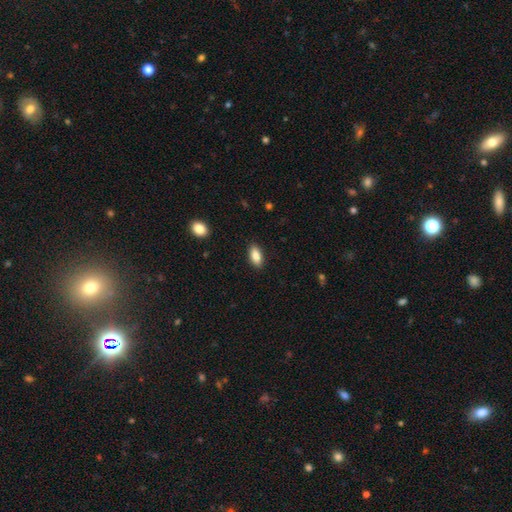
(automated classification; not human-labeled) Smooth or featured: smooth — 87% (star or artifact — 7%)
How rounded: in between — 89% (cigar-shaped — 9%)
Merging: none — 89% (minor disturbance — 8%)